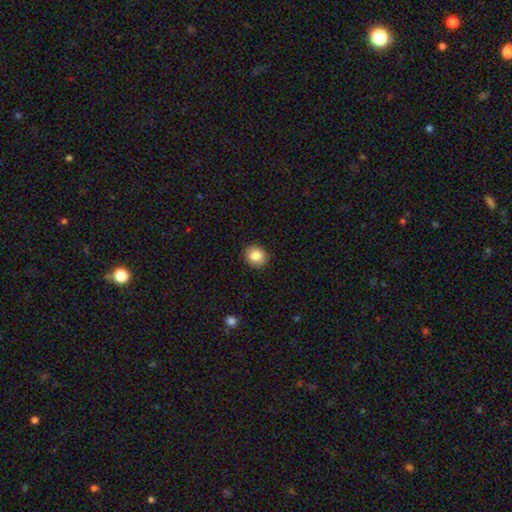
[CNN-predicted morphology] Smooth or featured?
  - smooth: 84% *
  - star or artifact: 9%
  - featured or disk: 7%
How rounded?
  - round: 73% *
  - in between: 27%
  - cigar-shaped: 1%
Merging?
  - none: 90% *
  - minor disturbance: 7%
  - major disturbance: 2%
  - merger: 1%